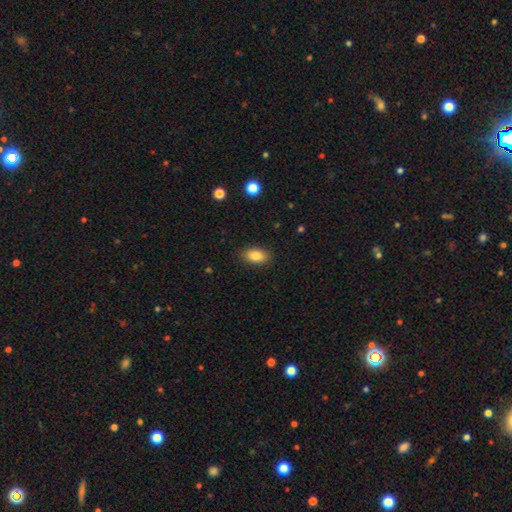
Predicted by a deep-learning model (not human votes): Smooth or featured? smooth (85%)
How rounded? in between (89%)
Merging? none (87%)